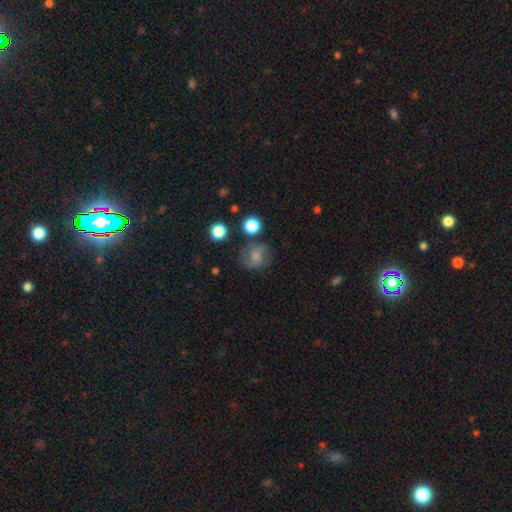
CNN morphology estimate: Smooth or featured? smooth (50%)
How rounded? round (73%)
Merging? none (65%)